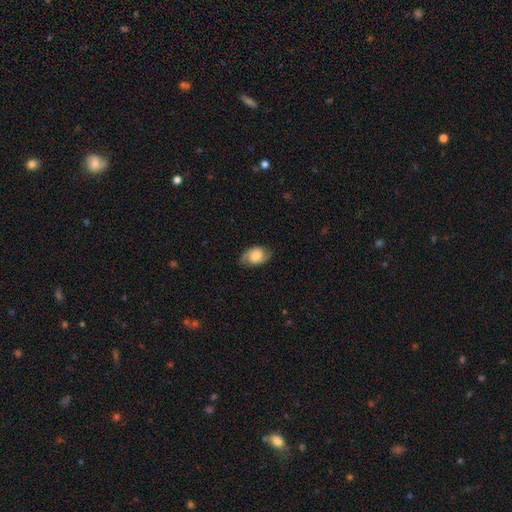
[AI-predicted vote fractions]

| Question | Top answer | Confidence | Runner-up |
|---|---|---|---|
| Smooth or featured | featured or disk | 52% | smooth (40%) |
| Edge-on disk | no | 96% | yes (4%) |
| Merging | none | 79% | minor disturbance (16%) |